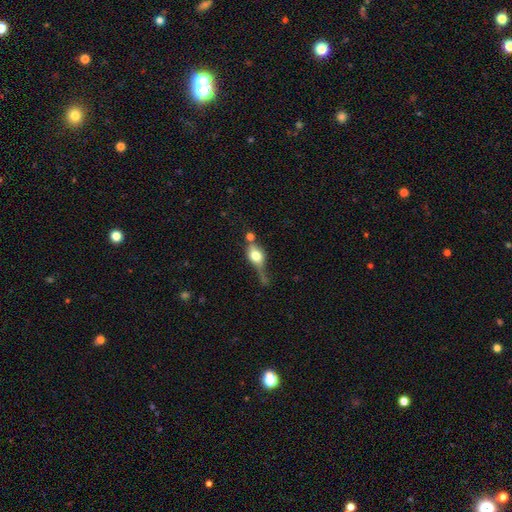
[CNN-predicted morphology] Q: Smooth or featured?
A: smooth (52%); runner-up: featured or disk (40%)
Q: How rounded?
A: in between (63%); runner-up: round (23%)
Q: Merging?
A: none (37%); runner-up: minor disturbance (22%)